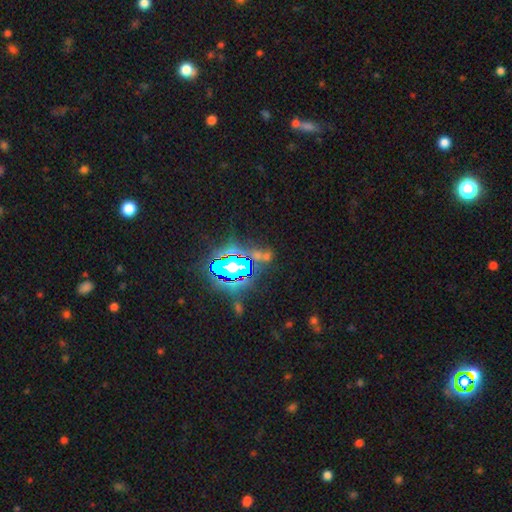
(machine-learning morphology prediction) This appears to be a star or artifact, not a galaxy (75%).